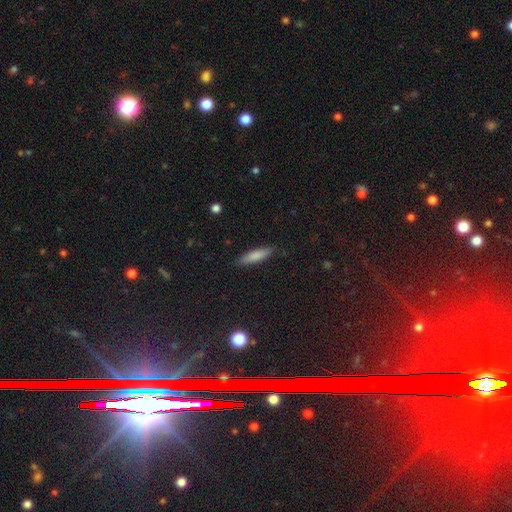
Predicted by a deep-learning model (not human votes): A smooth galaxy with no disk features (78%) that is cigar-shaped (74%). Merging: none (87%).